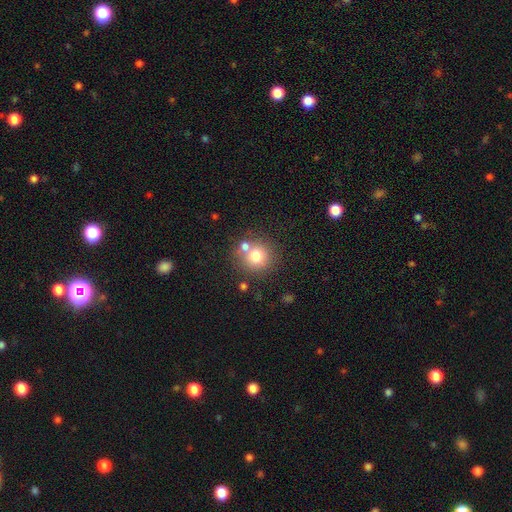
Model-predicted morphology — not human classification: Smooth or featured?
  - smooth: 74% *
  - star or artifact: 13%
  - featured or disk: 13%
How rounded?
  - round: 91% *
  - in between: 8%
  - cigar-shaped: 1%
Merging?
  - none: 68% *
  - merger: 20%
  - minor disturbance: 9%
  - major disturbance: 4%